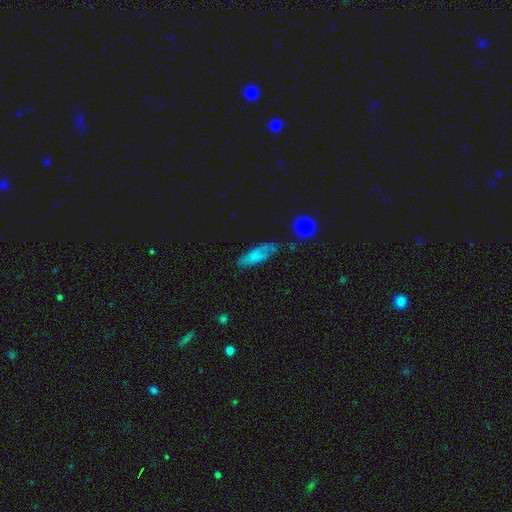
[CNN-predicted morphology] This is likely a smooth galaxy (68%). How rounded: likely in between (63%). Merging: likely none (61%).